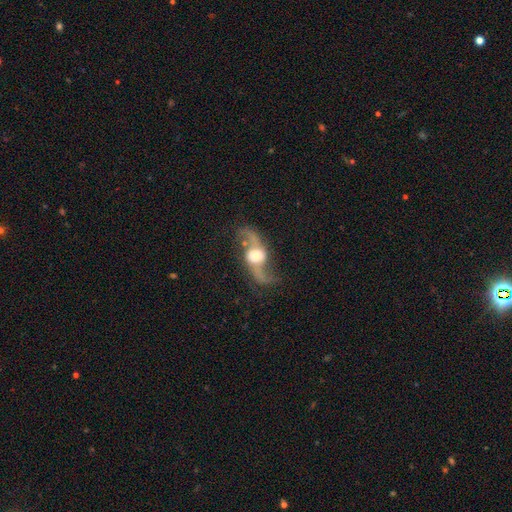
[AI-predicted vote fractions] Morphology: type=featured or disk (87%); edge-on=no (91%); bar=no (50%); spiral arms=yes (95%); winding=loose (83%); arm count=2 (94%); bulge=large (40%); merging=none (72%).